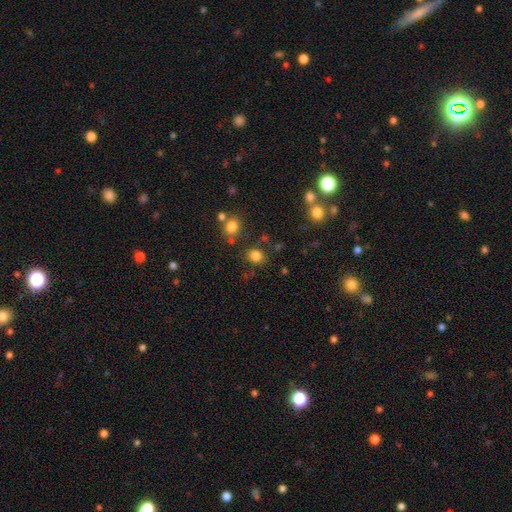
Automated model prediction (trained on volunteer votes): This is clearly a smooth galaxy (81%). How rounded: likely round (66%). Merging: likely none (77%).